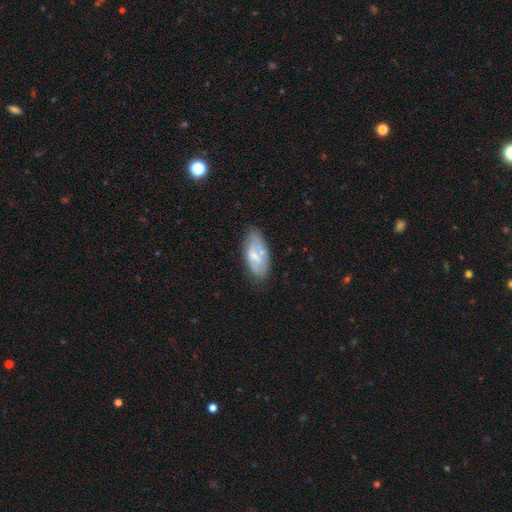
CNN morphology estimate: Smooth or featured: featured or disk — 50% (smooth — 43%)
Merging: none — 64% (minor disturbance — 24%)